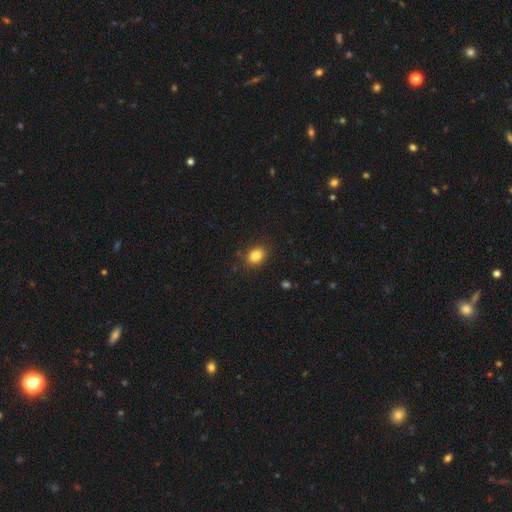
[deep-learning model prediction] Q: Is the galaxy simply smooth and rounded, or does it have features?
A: smooth — 84%.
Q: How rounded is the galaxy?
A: in between — 65%.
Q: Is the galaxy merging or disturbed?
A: none — 87%.